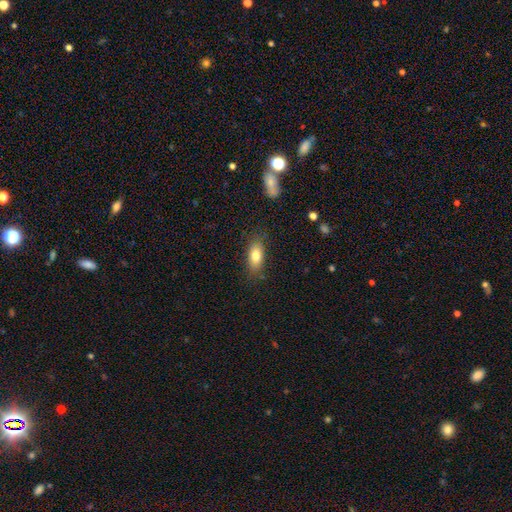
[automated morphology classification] smooth-or-featured: smooth: 80% | featured or disk: 13% | star or artifact: 8%
  how-rounded: in between: 84% | cigar-shaped: 11% | round: 5%
  merging: none: 78% | minor disturbance: 15% | major disturbance: 4% | merger: 2%